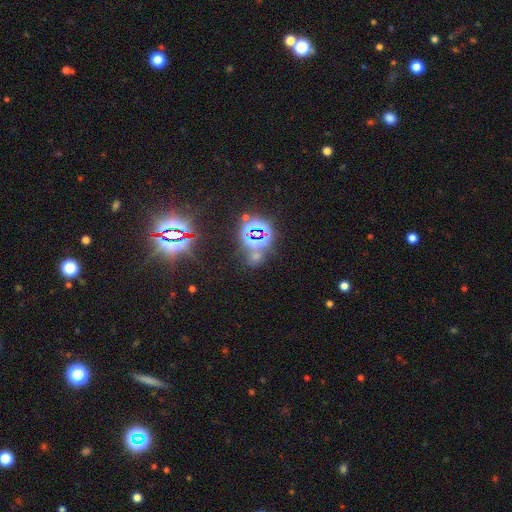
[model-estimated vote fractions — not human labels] smooth_or_featured: star or artifact (p=0.78) [alt: smooth p=0.14]